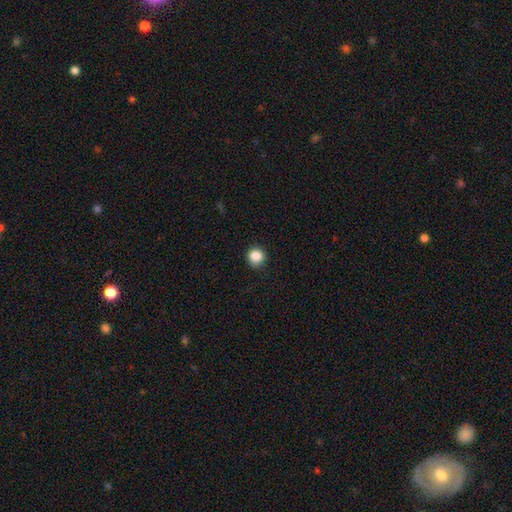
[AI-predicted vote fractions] This appears to be a smooth galaxy with no disk features (85%) that is round (91%). Merging: none (89%).